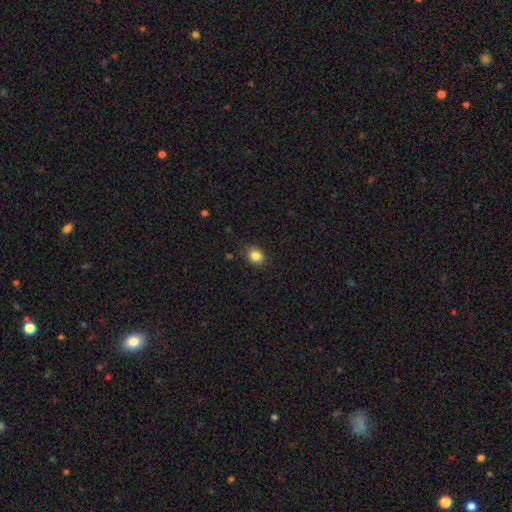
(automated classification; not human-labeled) A smooth galaxy with no disk features (84%) that is round (53%). Merging: none (87%).